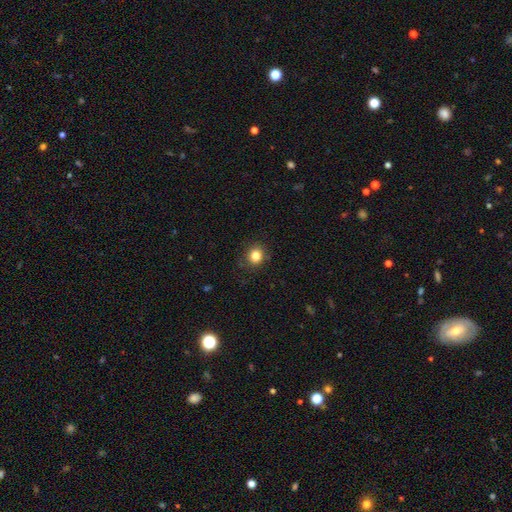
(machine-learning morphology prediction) Q: Smooth or featured?
A: smooth (83%); runner-up: star or artifact (11%)
Q: How rounded?
A: round (79%); runner-up: in between (20%)
Q: Merging?
A: none (87%); runner-up: minor disturbance (9%)